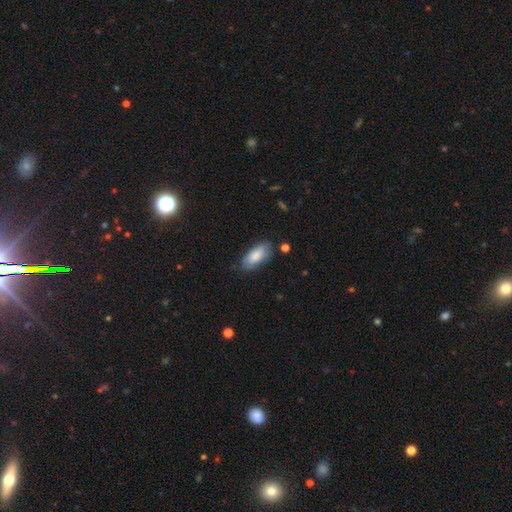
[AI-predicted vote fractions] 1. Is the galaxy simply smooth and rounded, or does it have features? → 84% smooth, 10% featured or disk, 6% star or artifact.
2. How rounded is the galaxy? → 87% in between, 11% cigar-shaped, 2% round.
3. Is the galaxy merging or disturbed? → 77% none, 17% minor disturbance, 3% major disturbance, 2% merger.